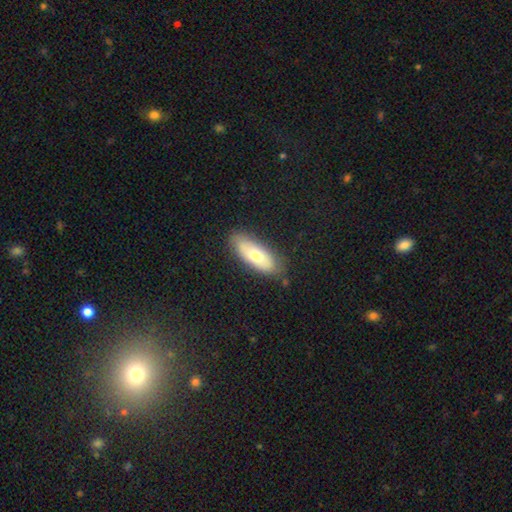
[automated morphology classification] Q: Smooth or featured?
A: smooth (64%); runner-up: featured or disk (30%)
Q: How rounded?
A: in between (75%); runner-up: cigar-shaped (22%)
Q: Merging?
A: none (80%); runner-up: minor disturbance (15%)